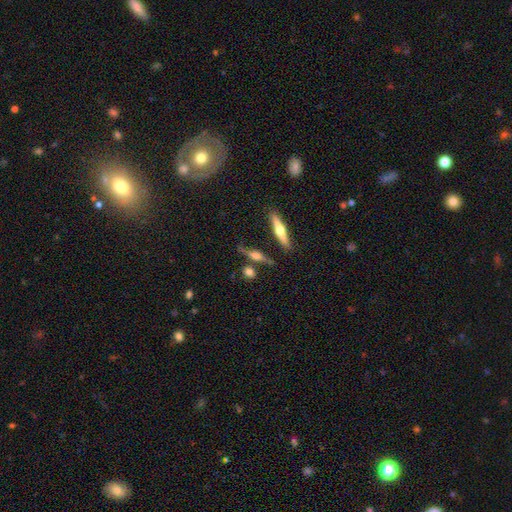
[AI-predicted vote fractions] Smooth or featured? featured or disk (61%)
Edge-on disk? yes (91%)
Edge-on bulge? rounded (92%)
Merging? none (71%)